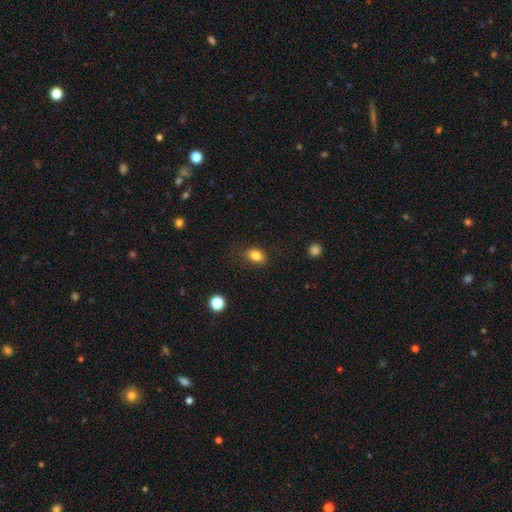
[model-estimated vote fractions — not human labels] Smooth or featured? smooth (84%)
How rounded? in between (76%)
Merging? none (80%)